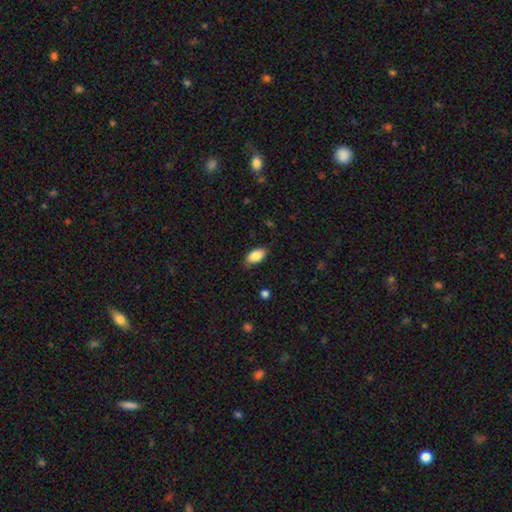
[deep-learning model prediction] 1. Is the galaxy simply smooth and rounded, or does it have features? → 85% smooth, 8% featured or disk, 7% star or artifact.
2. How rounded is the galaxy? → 93% in between, 4% round, 3% cigar-shaped.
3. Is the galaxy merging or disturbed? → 80% none, 16% minor disturbance, 3% major disturbance, 1% merger.